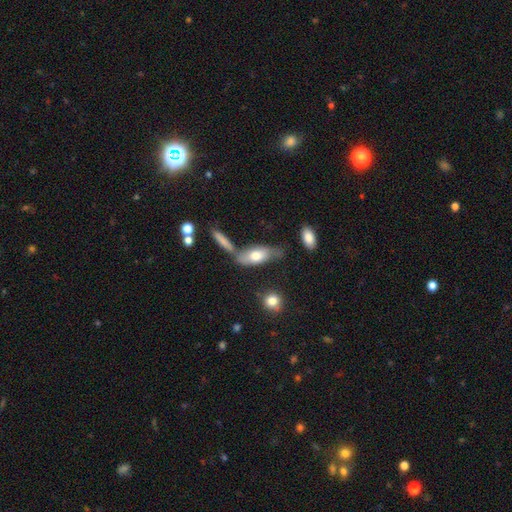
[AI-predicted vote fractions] This is likely a smooth galaxy (65%). How rounded: likely in between (74%). Merging: possibly none (50%).